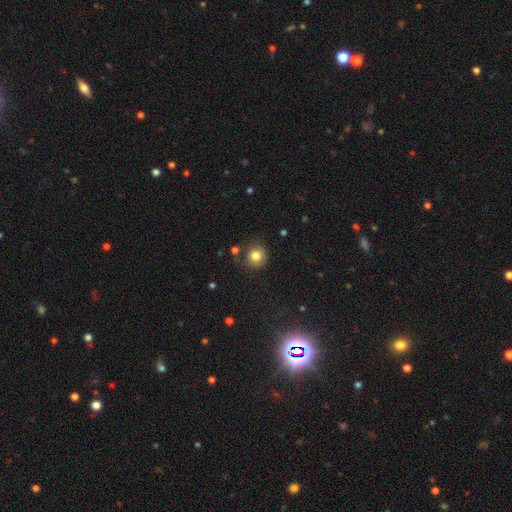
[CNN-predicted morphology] A smooth galaxy with no disk features (81%) that is round (90%).

Vote fractions:
- Smooth or featured? smooth: 81% / star or artifact: 11% / featured or disk: 8%
- How rounded? round: 90% / in between: 9% / cigar-shaped: 1%
- Merging? none: 76% / minor disturbance: 14% / major disturbance: 5% / merger: 5%